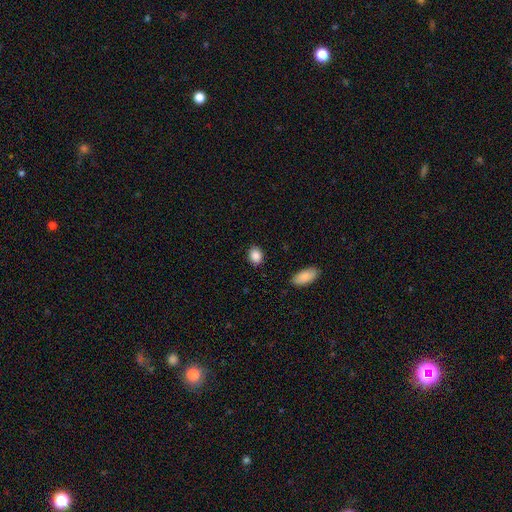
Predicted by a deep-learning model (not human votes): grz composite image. It shows a smooth galaxy with no disk features (88%) that is in between round and cigar-shaped (50%). Merging: none (87%).